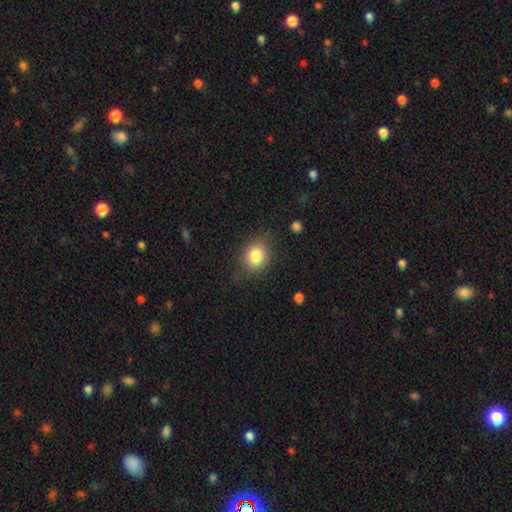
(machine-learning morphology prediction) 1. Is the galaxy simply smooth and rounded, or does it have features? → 82% smooth, 10% star or artifact, 8% featured or disk.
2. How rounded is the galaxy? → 64% round, 35% in between, 1% cigar-shaped.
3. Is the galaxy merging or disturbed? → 77% none, 17% minor disturbance, 5% major disturbance, 2% merger.